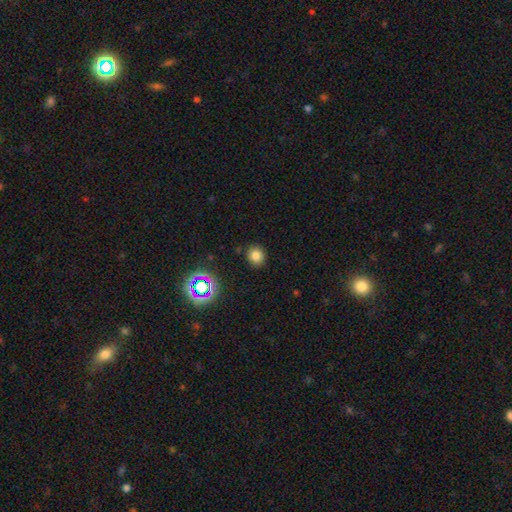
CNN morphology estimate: smooth-or-featured: smooth: 78% | star or artifact: 16% | featured or disk: 6%
  how-rounded: round: 79% | in between: 20% | cigar-shaped: 1%
  merging: none: 88% | minor disturbance: 8% | major disturbance: 2% | merger: 2%